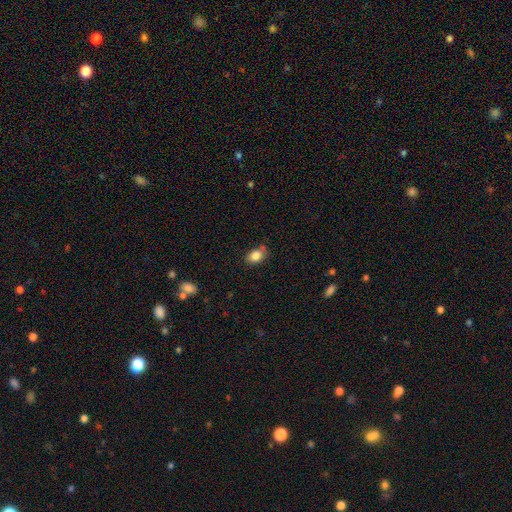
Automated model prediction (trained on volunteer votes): Smooth or featured? smooth (84%)
How rounded? in between (74%)
Merging? none (70%)